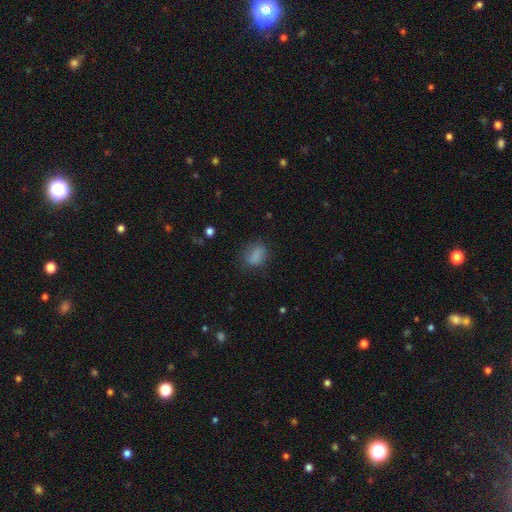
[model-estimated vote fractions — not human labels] Smooth or featured?
  - smooth: 80% *
  - star or artifact: 11%
  - featured or disk: 10%
How rounded?
  - in between: 65% *
  - round: 32%
  - cigar-shaped: 3%
Merging?
  - none: 67% *
  - minor disturbance: 22%
  - major disturbance: 9%
  - merger: 2%